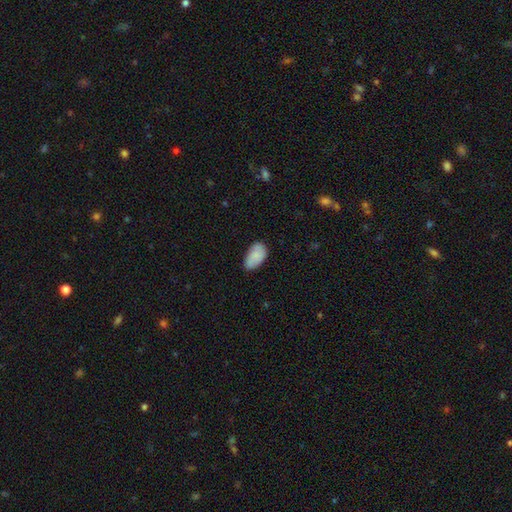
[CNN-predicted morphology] smooth_or_featured: smooth (p=0.80) [alt: featured or disk p=0.13]
how_rounded: in between (p=0.94) [alt: round p=0.05]
merging: none (p=0.68) [alt: minor disturbance p=0.26]